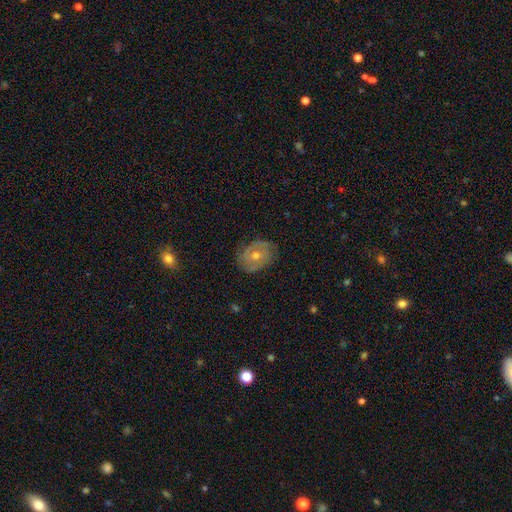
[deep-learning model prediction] smooth_or_featured: featured or disk (p=0.68) [alt: smooth p=0.22]
disk_edge_on: no (p=0.96) [alt: yes p=0.04]
bar: no (p=0.74) [alt: weak p=0.21]
has_spiral_arms: yes (p=0.81) [alt: no p=0.19]
spiral_winding: tight (p=0.62) [alt: medium p=0.29]
spiral_arm_count: 2 (p=0.45) [alt: can't tell p=0.32]
bulge_size: moderate (p=0.62) [alt: small p=0.35]
merging: none (p=0.80) [alt: minor disturbance p=0.14]